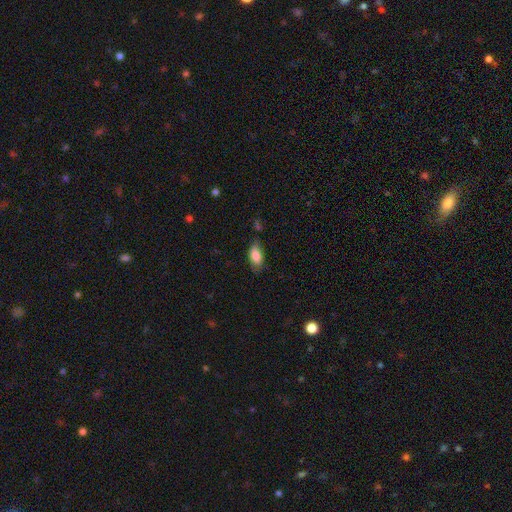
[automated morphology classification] A smooth galaxy with no disk features (83%) that is in between round and cigar-shaped (90%).

Vote fractions:
- Smooth or featured? smooth: 83% / featured or disk: 10% / star or artifact: 7%
- How rounded? in between: 90% / cigar-shaped: 6% / round: 4%
- Merging? none: 66% / minor disturbance: 25% / major disturbance: 6% / merger: 3%